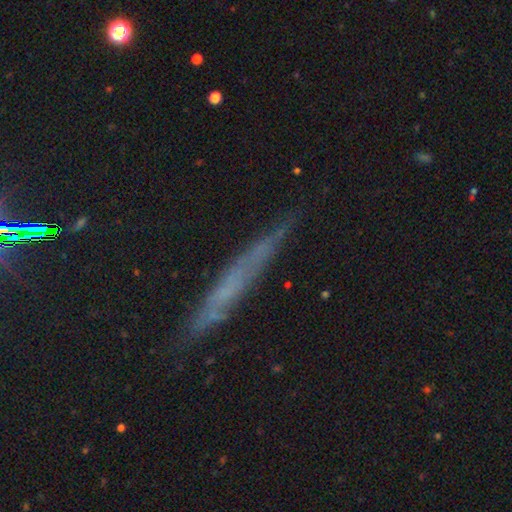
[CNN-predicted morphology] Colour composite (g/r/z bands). It shows a featured or disk galaxy (50%). Merging: none (77%).